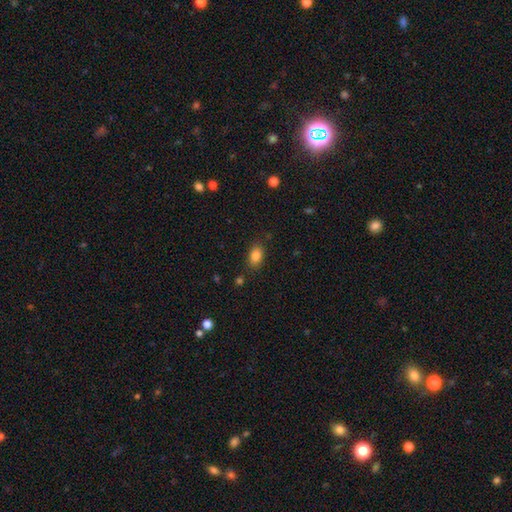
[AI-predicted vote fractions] This appears to be a smooth galaxy with no disk features (84%) that is in between round and cigar-shaped (85%). Merging: none (82%).